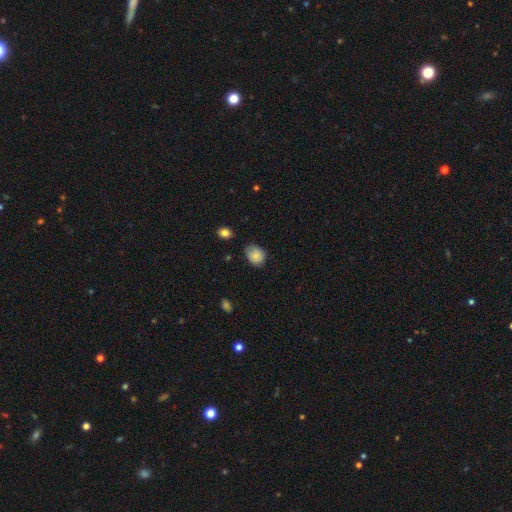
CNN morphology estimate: Smooth or featured: smooth — 83% (featured or disk — 9%)
How rounded: round — 53% (in between — 46%)
Merging: none — 64% (minor disturbance — 30%)